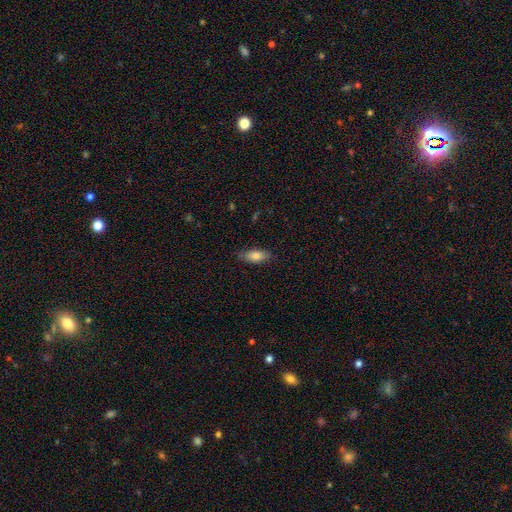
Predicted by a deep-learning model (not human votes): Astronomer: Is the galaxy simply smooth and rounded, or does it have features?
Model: smooth — 79%.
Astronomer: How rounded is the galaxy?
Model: in between — 83%.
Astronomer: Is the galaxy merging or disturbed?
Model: none — 81%.